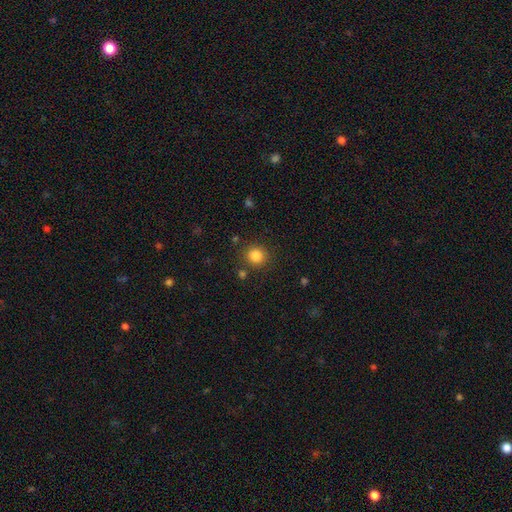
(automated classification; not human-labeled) Smooth or featured?
  - smooth: 83% *
  - star or artifact: 12%
  - featured or disk: 5%
How rounded?
  - round: 90% *
  - in between: 9%
  - cigar-shaped: 1%
Merging?
  - none: 86% *
  - minor disturbance: 7%
  - merger: 4%
  - major disturbance: 3%